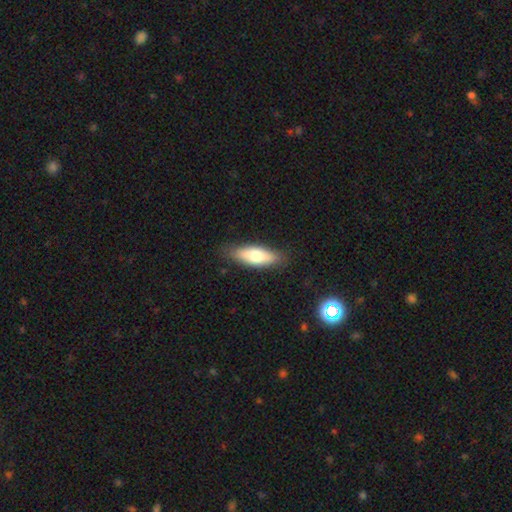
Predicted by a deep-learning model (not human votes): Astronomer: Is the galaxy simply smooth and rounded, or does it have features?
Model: smooth — 69%.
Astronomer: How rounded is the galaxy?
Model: in between — 63%.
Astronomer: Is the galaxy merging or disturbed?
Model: none — 84%.